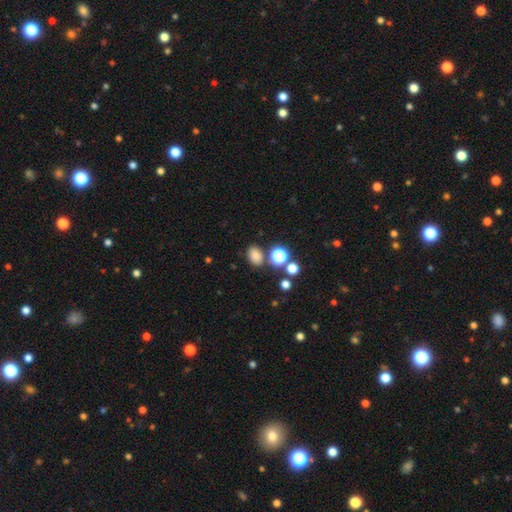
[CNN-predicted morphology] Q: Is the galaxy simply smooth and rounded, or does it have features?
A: smooth — 78%.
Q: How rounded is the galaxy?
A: in between — 69%.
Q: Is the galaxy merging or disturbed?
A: none — 75%.